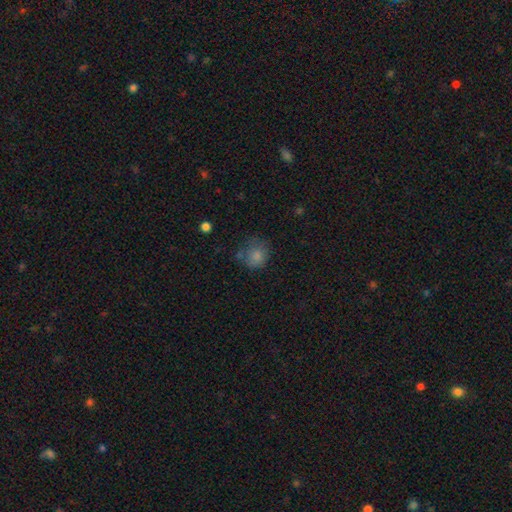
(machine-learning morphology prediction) A smooth galaxy with no disk features (80%) that is round (79%).

Vote fractions:
- Smooth or featured? smooth: 80% / star or artifact: 11% / featured or disk: 9%
- How rounded? round: 79% / in between: 20% / cigar-shaped: 1%
- Merging? none: 60% / minor disturbance: 24% / major disturbance: 11% / merger: 6%